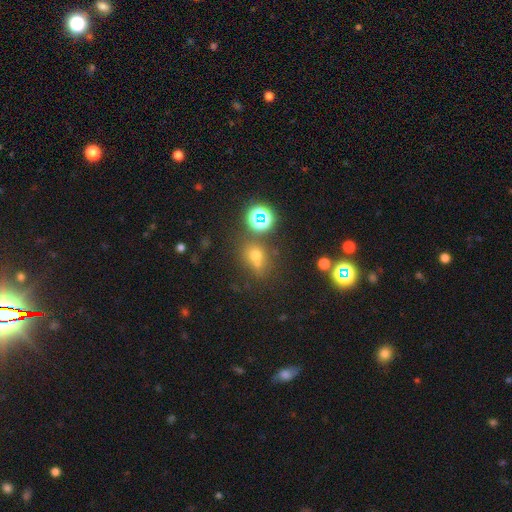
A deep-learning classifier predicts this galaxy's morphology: Smooth or featured? Predicted: smooth (p=0.54). How rounded? Predicted: round (p=0.71). Merging? Predicted: none (p=0.60).